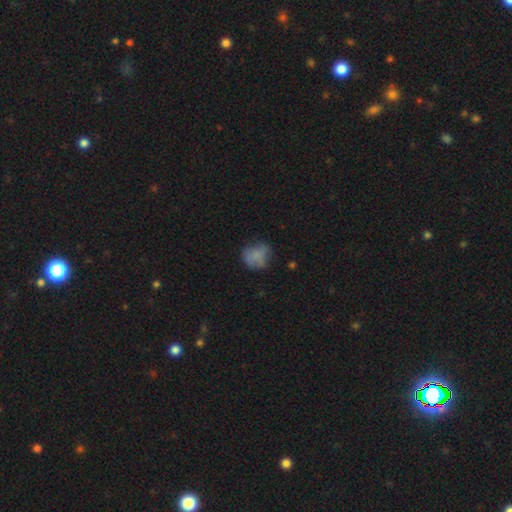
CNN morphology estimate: Smooth or featured: smooth — 65% (featured or disk — 23%)
How rounded: round — 70% (in between — 28%)
Merging: none — 55% (minor disturbance — 27%)